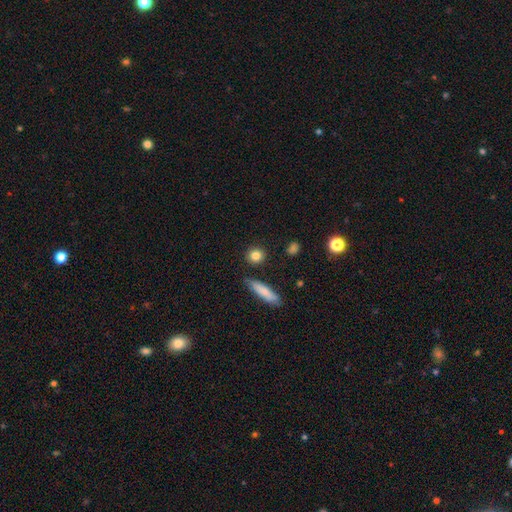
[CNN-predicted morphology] Smooth or featured? Predicted: smooth (p=0.84). How rounded? Predicted: round (p=0.79). Merging? Predicted: none (p=0.87).